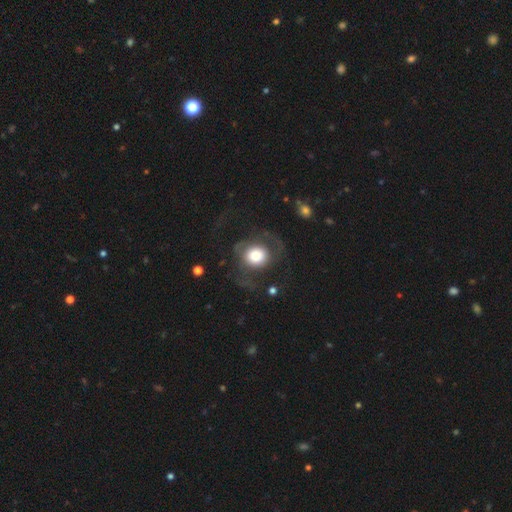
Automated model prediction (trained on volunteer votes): Q: Smooth or featured?
A: smooth (52%); runner-up: featured or disk (40%)
Q: How rounded?
A: round (74%); runner-up: in between (25%)
Q: Merging?
A: none (46%); runner-up: major disturbance (35%)